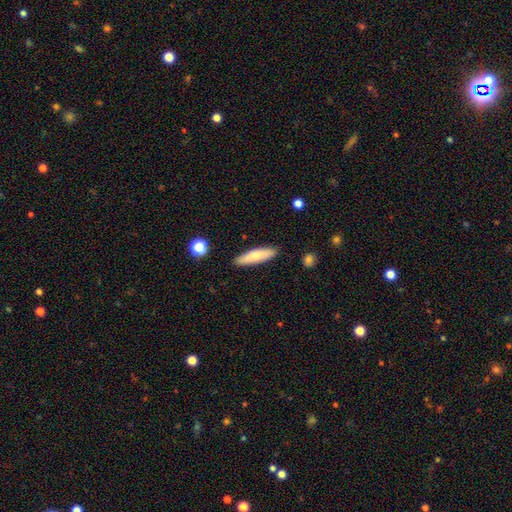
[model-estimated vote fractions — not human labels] Smooth or featured: smooth — 74% (featured or disk — 20%)
How rounded: cigar-shaped — 72% (in between — 26%)
Merging: none — 88% (minor disturbance — 9%)